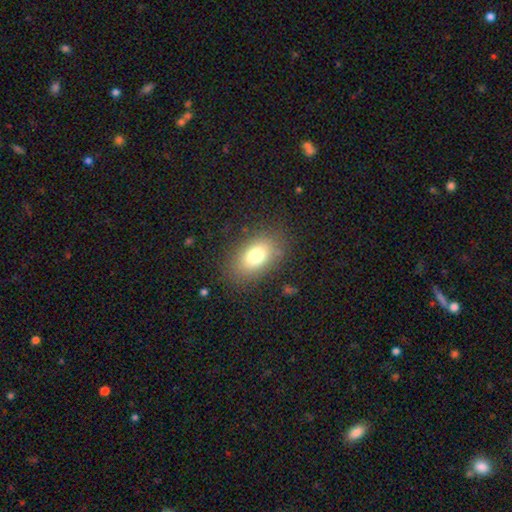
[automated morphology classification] A smooth galaxy with no disk features (78%) that is in between round and cigar-shaped (87%).

Vote fractions:
- Smooth or featured? smooth: 78% / featured or disk: 12% / star or artifact: 10%
- How rounded? in between: 87% / round: 11% / cigar-shaped: 2%
- Merging? none: 82% / minor disturbance: 12% / major disturbance: 5% / merger: 1%